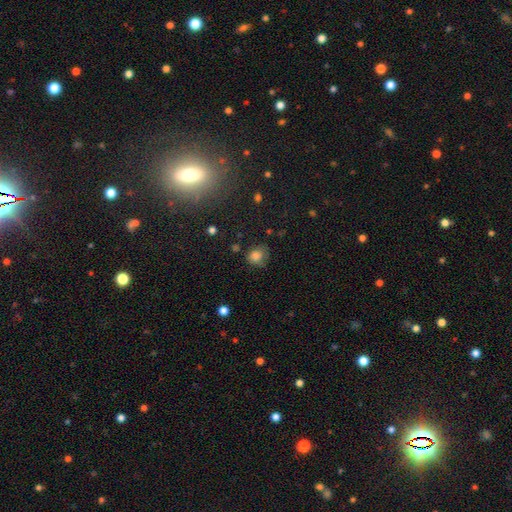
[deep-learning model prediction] Smooth or featured? smooth (78%)
How rounded? round (65%)
Merging? none (52%)